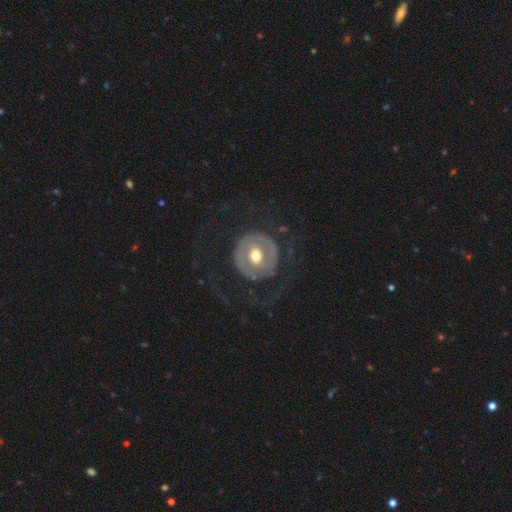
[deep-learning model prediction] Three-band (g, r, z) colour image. It shows a featured or disk galaxy (61%) with no bar (61%), no spiral arms (59%) and a moderate central bulge (74%). Merging: none (58%).